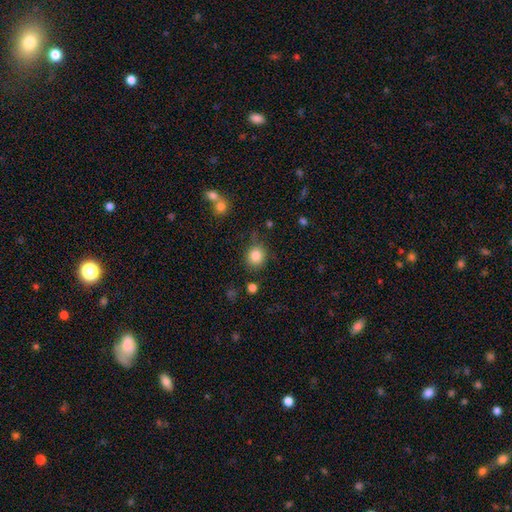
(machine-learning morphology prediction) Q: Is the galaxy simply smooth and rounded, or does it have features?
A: smooth — 84%.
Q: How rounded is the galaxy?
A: round — 81%.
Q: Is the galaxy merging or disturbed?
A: none — 79%.